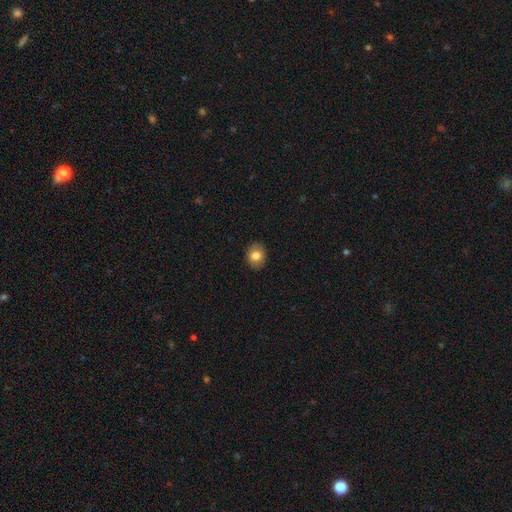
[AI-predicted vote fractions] The model was most divided on "how rounded": round: 50%, in between: 49%, cigar-shaped: 1%. More confident: merging — none (89%); smooth or featured — smooth (80%).